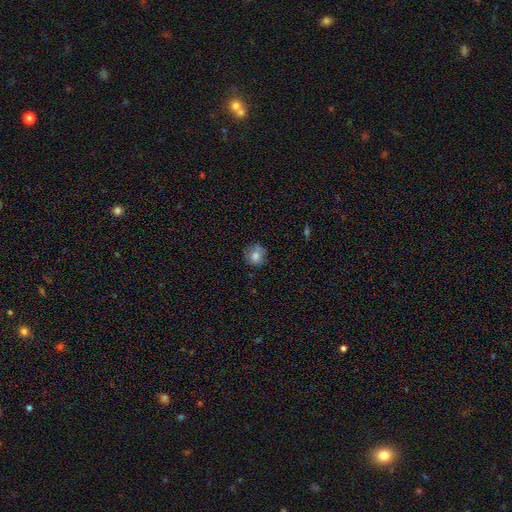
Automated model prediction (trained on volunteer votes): This appears to be a smooth galaxy with no disk features (79%) that is round (87%). Merging: none (71%).